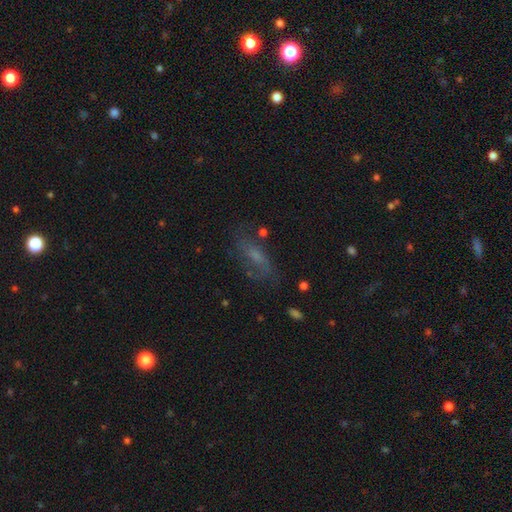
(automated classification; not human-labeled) smooth_or_featured: featured or disk (p=0.47) [alt: smooth p=0.35]
merging: none (p=0.65) [alt: minor disturbance p=0.19]